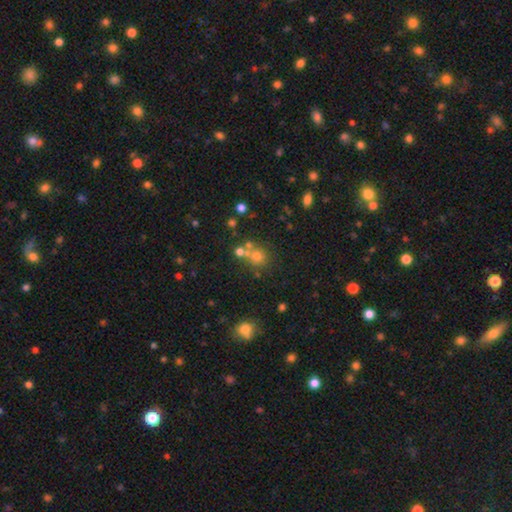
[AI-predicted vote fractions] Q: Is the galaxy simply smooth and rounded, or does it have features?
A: smooth — 61%.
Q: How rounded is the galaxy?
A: round — 84%.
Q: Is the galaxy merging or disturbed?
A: none — 54%.